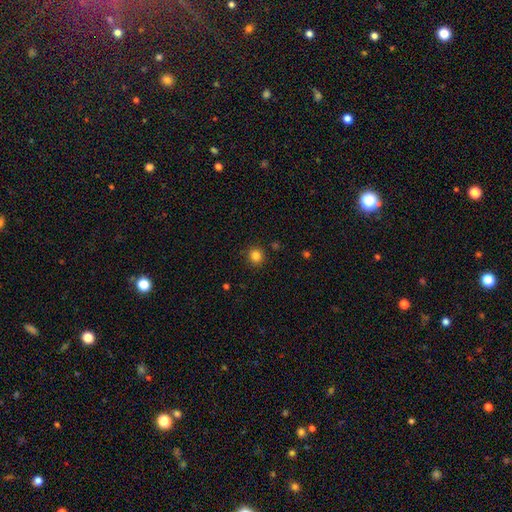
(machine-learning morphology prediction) smooth_or_featured: smooth (p=0.83) [alt: star or artifact p=0.13]
how_rounded: round (p=0.92) [alt: in between p=0.07]
merging: none (p=0.89) [alt: minor disturbance p=0.07]